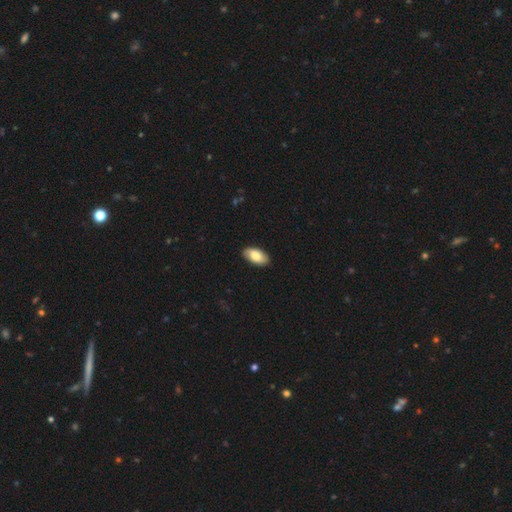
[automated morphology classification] Smooth or featured? Predicted: smooth (p=0.76). How rounded? Predicted: in between (p=0.95). Merging? Predicted: none (p=0.86).